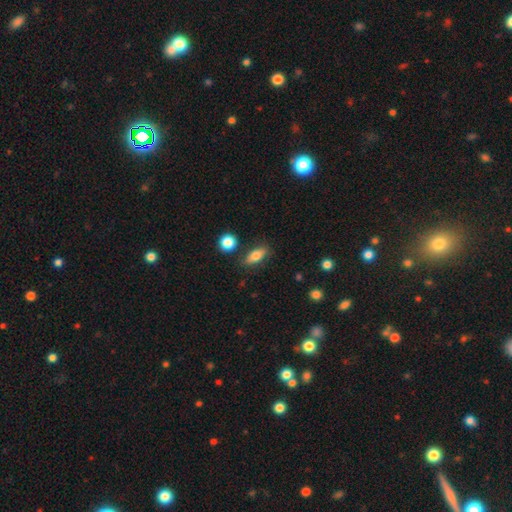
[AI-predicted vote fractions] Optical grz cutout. It shows a smooth galaxy with no disk features (77%) that is in between round and cigar-shaped (79%). Merging: none (81%).